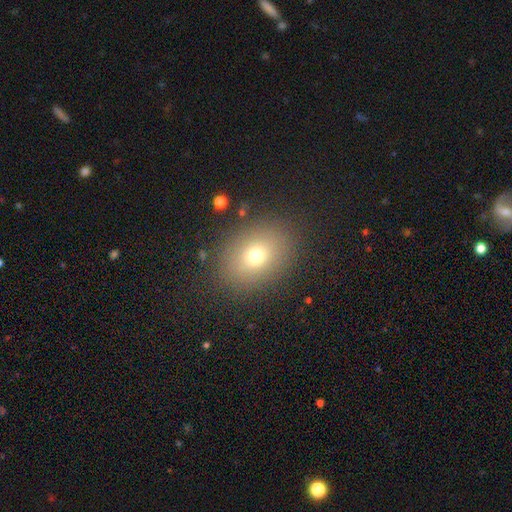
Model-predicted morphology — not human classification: smooth 70%, star or artifact 15%, featured or disk 14%. Down the decision tree: how rounded — in between (60%); merging — none (84%).